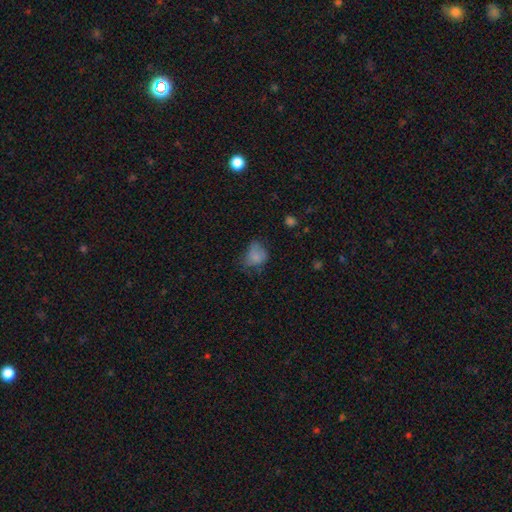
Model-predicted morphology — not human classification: Q: Smooth or featured?
A: smooth (73%); runner-up: featured or disk (14%)
Q: How rounded?
A: in between (55%); runner-up: round (44%)
Q: Merging?
A: none (37%); runner-up: minor disturbance (34%)